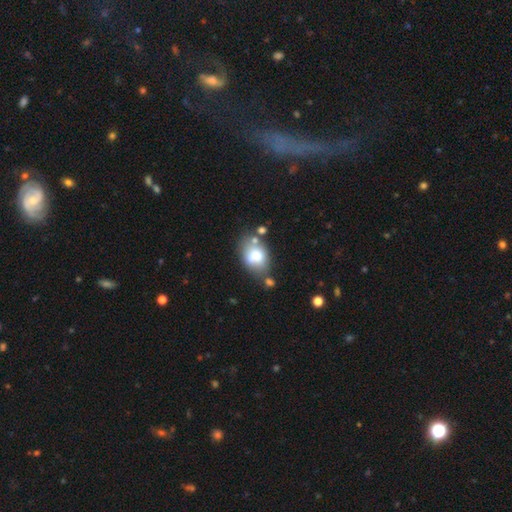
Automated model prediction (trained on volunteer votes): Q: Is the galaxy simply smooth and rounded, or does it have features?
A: smooth — 70%.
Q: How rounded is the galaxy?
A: in between — 73%.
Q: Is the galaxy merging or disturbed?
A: none — 56%.